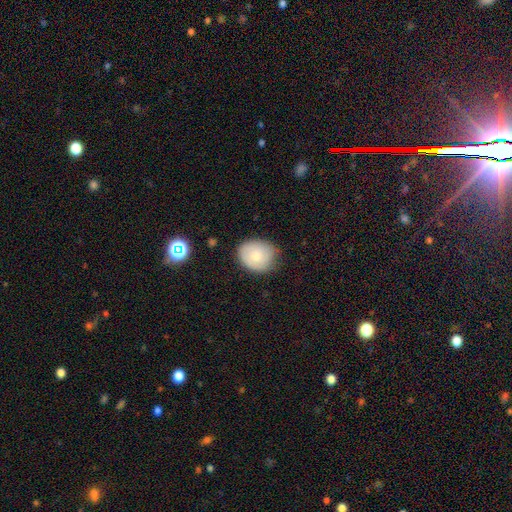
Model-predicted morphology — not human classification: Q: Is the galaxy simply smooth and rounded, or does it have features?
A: smooth — 73%.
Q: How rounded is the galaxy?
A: round — 59%.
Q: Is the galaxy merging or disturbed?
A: none — 70%.